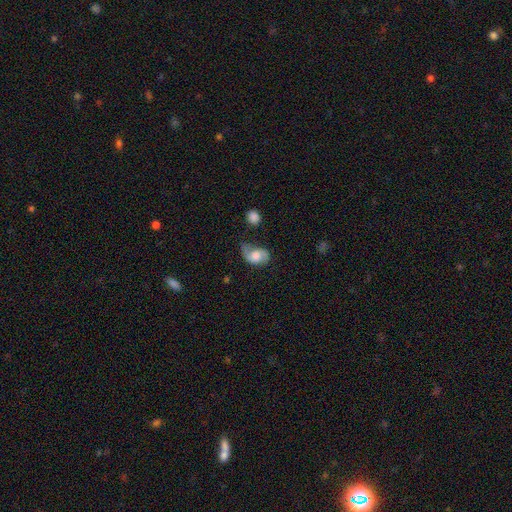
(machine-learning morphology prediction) Q: Smooth or featured?
A: featured or disk (54%); runner-up: smooth (38%)
Q: Edge-on disk?
A: no (96%); runner-up: yes (4%)
Q: Bar?
A: no (65%); runner-up: weak (30%)
Q: Spiral arms?
A: yes (86%); runner-up: no (14%)
Q: Bulge size?
A: moderate (48%); runner-up: large (28%)
Q: Merging?
A: none (42%); runner-up: minor disturbance (32%)